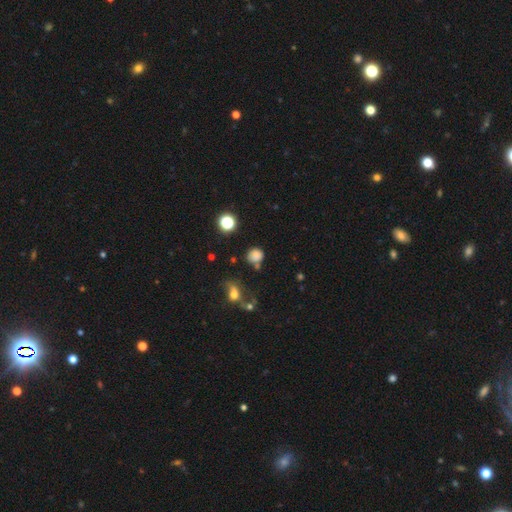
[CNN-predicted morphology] Smooth or featured?
  - smooth: 76% *
  - star or artifact: 16%
  - featured or disk: 7%
How rounded?
  - round: 83% *
  - in between: 16%
  - cigar-shaped: 1%
Merging?
  - none: 66% *
  - minor disturbance: 18%
  - merger: 10%
  - major disturbance: 7%